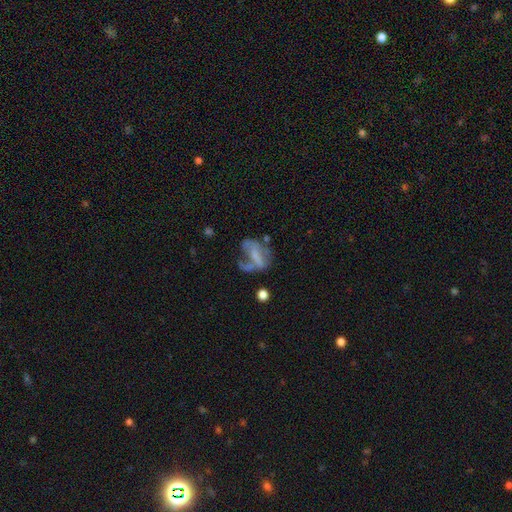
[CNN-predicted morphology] smooth_or_featured: featured or disk (p=0.53) [alt: smooth p=0.34]
disk_edge_on: no (p=0.93) [alt: yes p=0.07]
merging: major disturbance (p=0.40) [alt: none p=0.28]